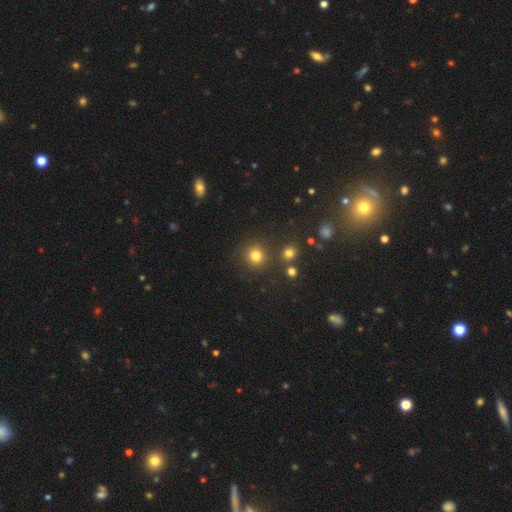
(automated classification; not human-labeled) This appears to be a smooth galaxy with no disk features (79%) that is round (90%). Merging: none (82%).